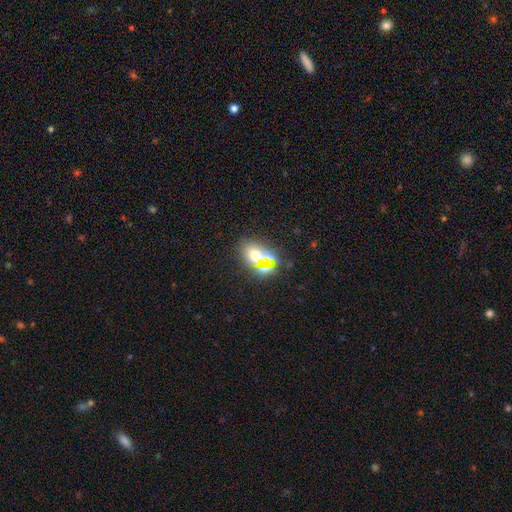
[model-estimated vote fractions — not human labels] Morphology: type=smooth (51%); roundness=in between (54%); merging=none (63%).